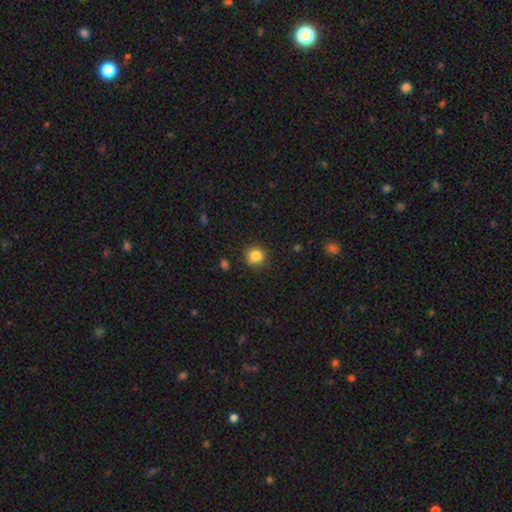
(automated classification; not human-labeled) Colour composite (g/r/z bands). It shows a smooth galaxy with no disk features (85%) that is round (90%). Merging: none (88%).